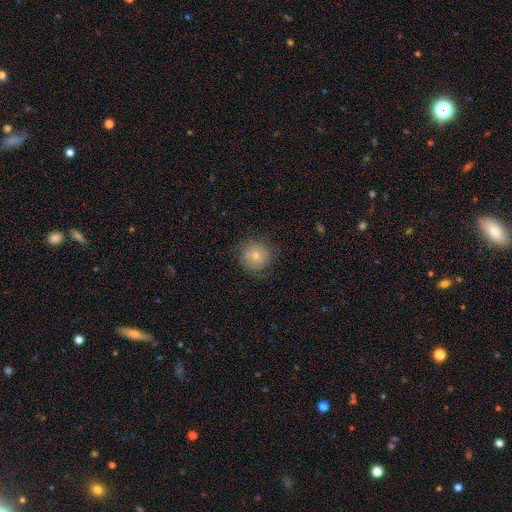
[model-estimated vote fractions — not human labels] A smooth galaxy with no disk features (52%) that is round (90%).

Vote fractions:
- Smooth or featured? smooth: 52% / featured or disk: 40% / star or artifact: 8%
- How rounded? round: 90% / in between: 9% / cigar-shaped: 1%
- Merging? none: 77% / minor disturbance: 16% / major disturbance: 6% / merger: 1%